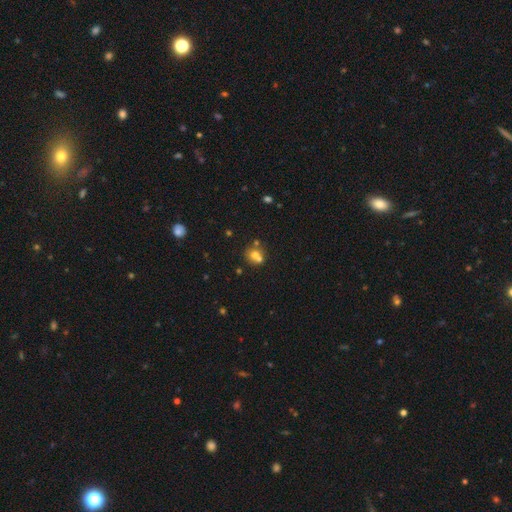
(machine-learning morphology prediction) Smooth or featured? Predicted: smooth (p=0.64). How rounded? Predicted: round (p=0.80). Merging? Predicted: none (p=0.45).